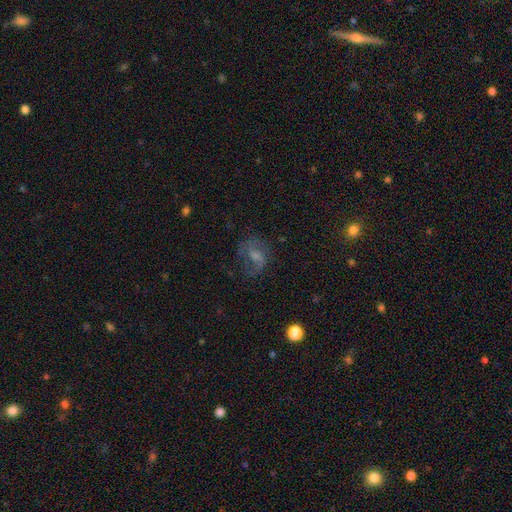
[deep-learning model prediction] The model was most divided on "bulge size": small: 35%, moderate: 34%, none: 22%, large: 7%, dominant: 2%. Remaining: edge-on disk — no (96%); spiral arms — yes (83%); merging — none (62%); smooth or featured — featured or disk (59%); bar — weak (46%).